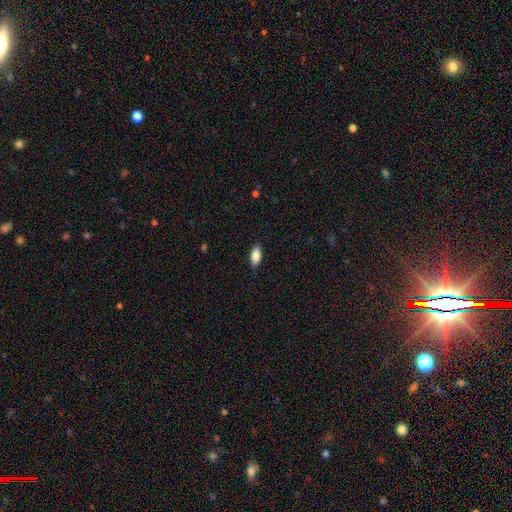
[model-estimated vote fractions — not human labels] Smooth or featured? smooth (84%)
How rounded? in between (87%)
Merging? none (87%)